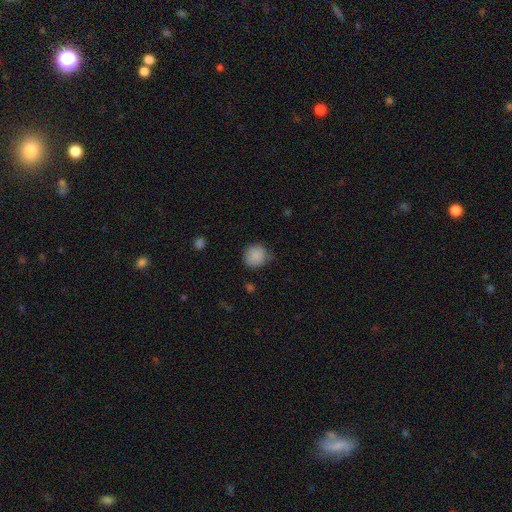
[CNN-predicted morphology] A smooth galaxy with no disk features (87%) that is round (88%). Merging: none (75%).